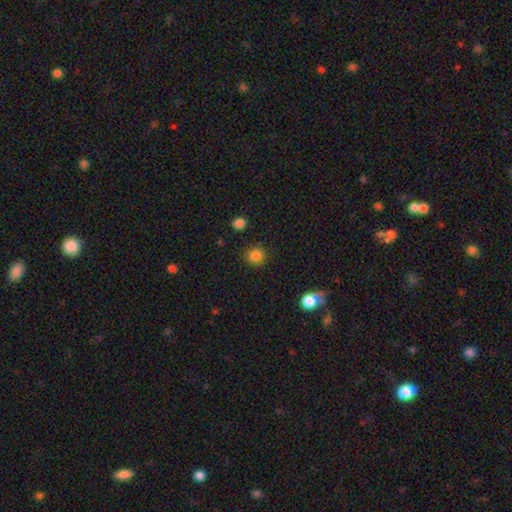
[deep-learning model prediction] Smooth or featured? Predicted: smooth (p=0.85). How rounded? Predicted: round (p=0.90). Merging? Predicted: none (p=0.88).